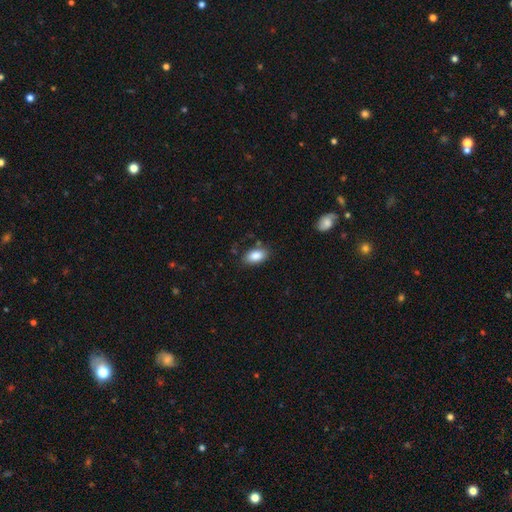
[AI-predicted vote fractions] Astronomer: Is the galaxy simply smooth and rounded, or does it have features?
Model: smooth — 87%.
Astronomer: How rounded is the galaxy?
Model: in between — 92%.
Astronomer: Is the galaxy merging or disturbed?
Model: none — 81%.